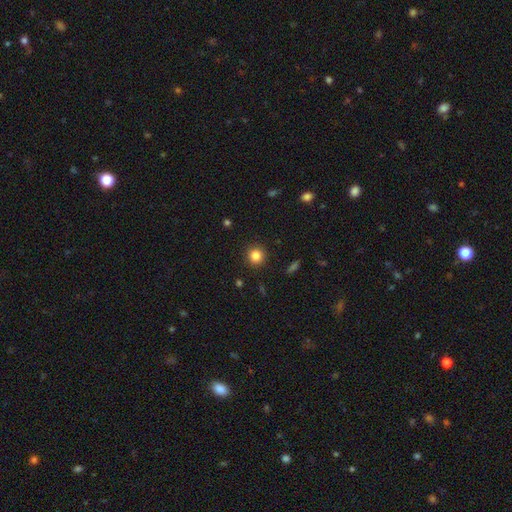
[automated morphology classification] Smooth or featured? smooth (83%)
How rounded? round (93%)
Merging? none (91%)